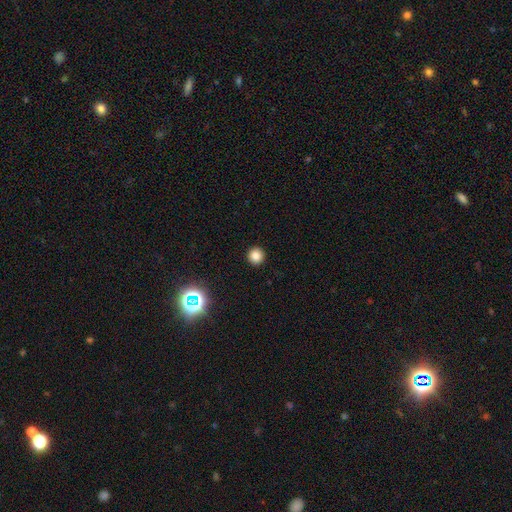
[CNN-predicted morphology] Smooth or featured? smooth (83%)
How rounded? round (95%)
Merging? none (93%)